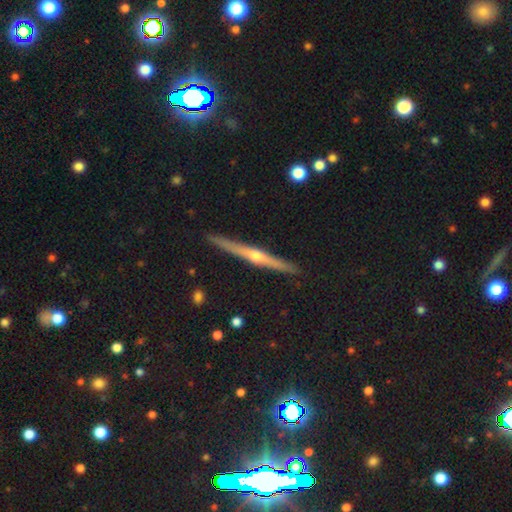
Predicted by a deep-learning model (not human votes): Overall: featured or disk (77%). Edge-on disk: yes (98%). Edge-on bulge: rounded (83%). Merging: none (91%).